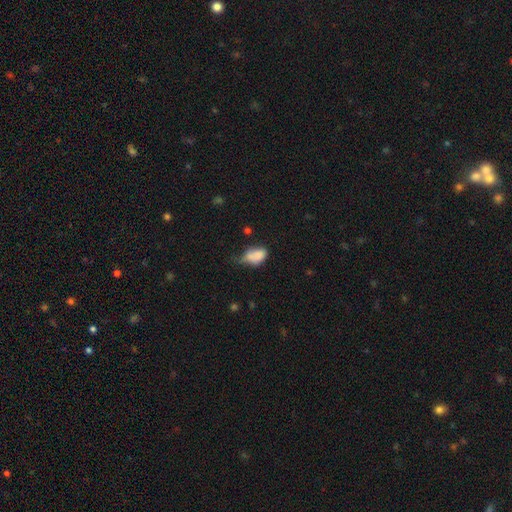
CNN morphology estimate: smooth_or_featured: smooth (p=0.77) [alt: featured or disk p=0.13]
how_rounded: in between (p=0.84) [alt: round p=0.14]
merging: minor disturbance (p=0.39) [alt: none p=0.26]